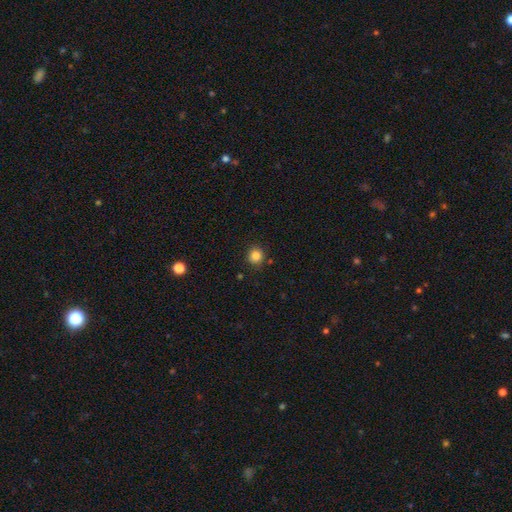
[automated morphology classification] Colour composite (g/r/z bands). It shows a smooth galaxy with no disk features (84%) that is round (91%). Merging: none (89%).